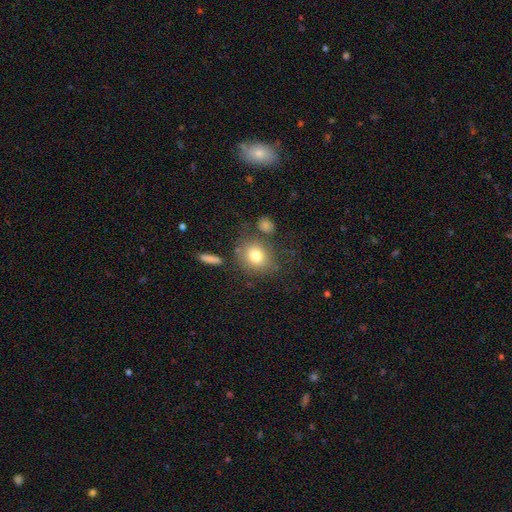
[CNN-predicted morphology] smooth 78%, featured or disk 12%, star or artifact 10%. Down the decision tree: how rounded — round (66%); merging — none (66%).